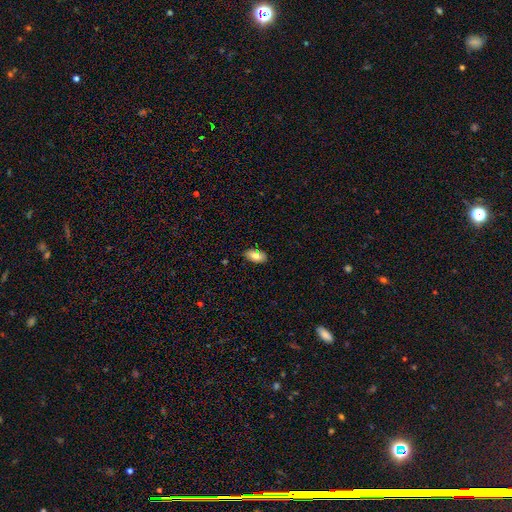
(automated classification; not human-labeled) Overall: smooth (76%). How rounded: in between (92%). Merging: none (79%).